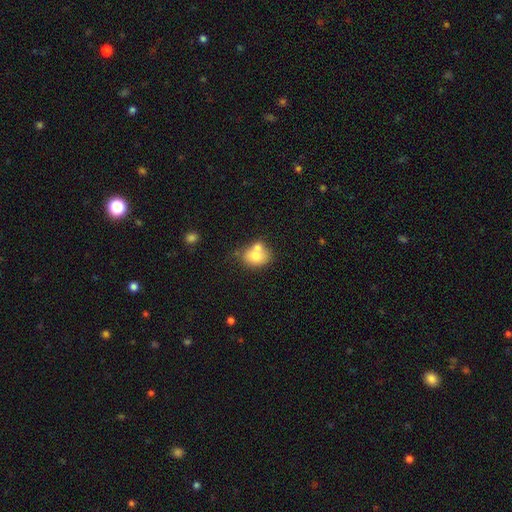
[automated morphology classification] type=smooth (71%); roundness=round (54%); merging=merger (44%).